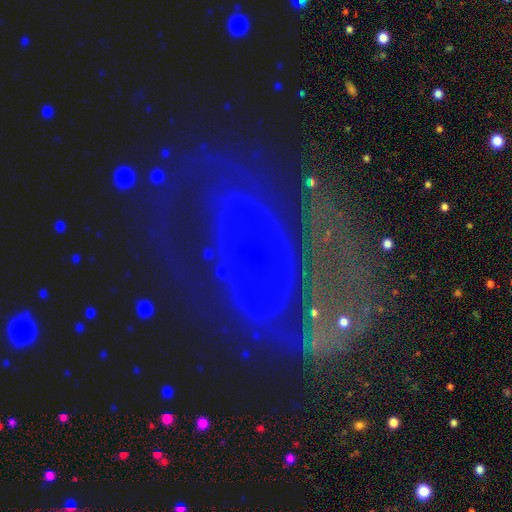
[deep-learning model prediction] This is likely a featured or disk galaxy (74%). It is clearly not viewed edge-on (95%). Bar: likely no (61%). Spiral arm pattern: possibly yes (60%). Central bulge: likely small (64%). Merging: marginally none (44%).